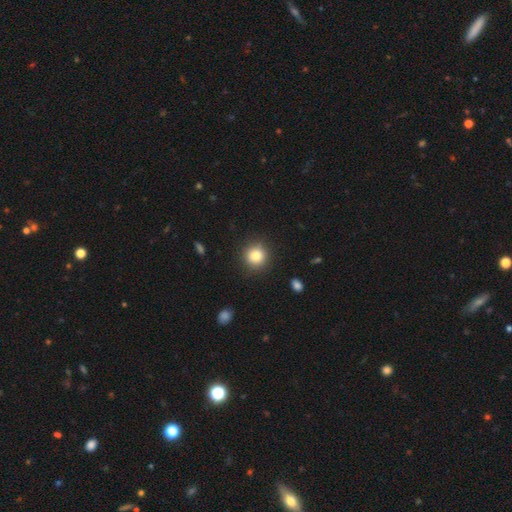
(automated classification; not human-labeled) The model was most divided on "smooth or featured": smooth: 82%, star or artifact: 11%, featured or disk: 7%. More confident: how rounded — round (93%); merging — none (89%).